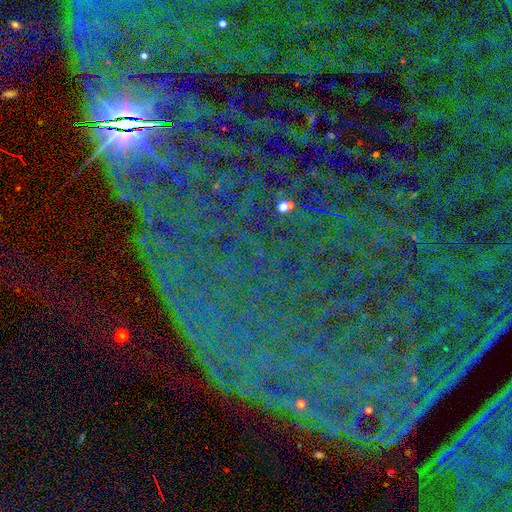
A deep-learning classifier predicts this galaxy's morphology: Q: Smooth or featured?
A: star or artifact (87%); runner-up: featured or disk (7%)